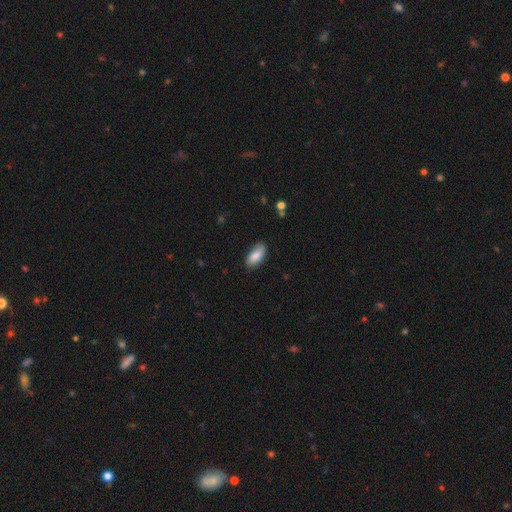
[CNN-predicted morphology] Smooth or featured? smooth (83%)
How rounded? in between (90%)
Merging? none (81%)